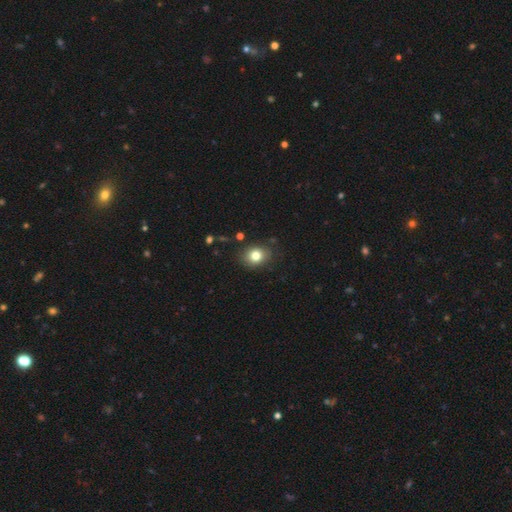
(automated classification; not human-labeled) Smooth or featured? Predicted: smooth (p=0.80). How rounded? Predicted: round (p=0.54). Merging? Predicted: none (p=0.82).